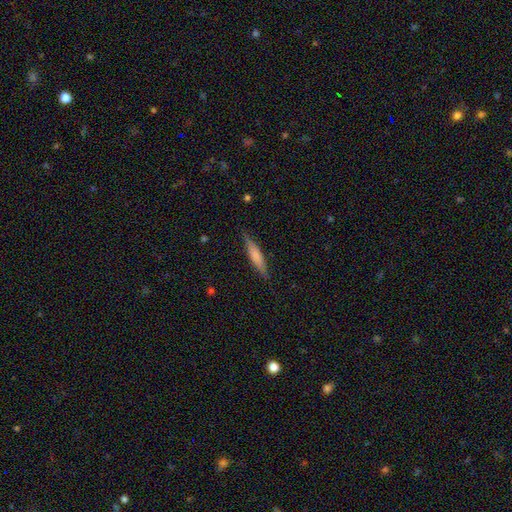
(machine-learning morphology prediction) Smooth or featured?
  - smooth: 62% *
  - featured or disk: 31%
  - star or artifact: 6%
How rounded?
  - cigar-shaped: 84% *
  - in between: 14%
  - round: 2%
Merging?
  - none: 84% *
  - minor disturbance: 12%
  - major disturbance: 2%
  - merger: 1%